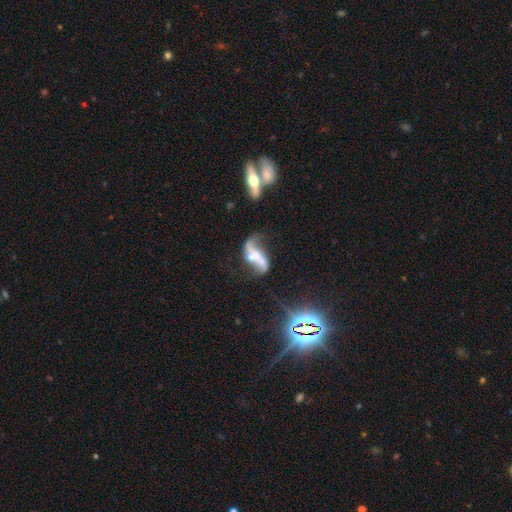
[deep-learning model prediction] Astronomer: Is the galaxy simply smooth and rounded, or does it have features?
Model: featured or disk — 71%.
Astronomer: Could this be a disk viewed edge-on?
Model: no — 93%.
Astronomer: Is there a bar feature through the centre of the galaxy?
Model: no — 57%.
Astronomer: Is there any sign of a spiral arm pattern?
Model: yes — 69%.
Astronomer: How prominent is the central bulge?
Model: small — 40% (runner-up: moderate, 38%).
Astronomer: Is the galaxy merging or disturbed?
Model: merger — 47% (runner-up: none, 25%).